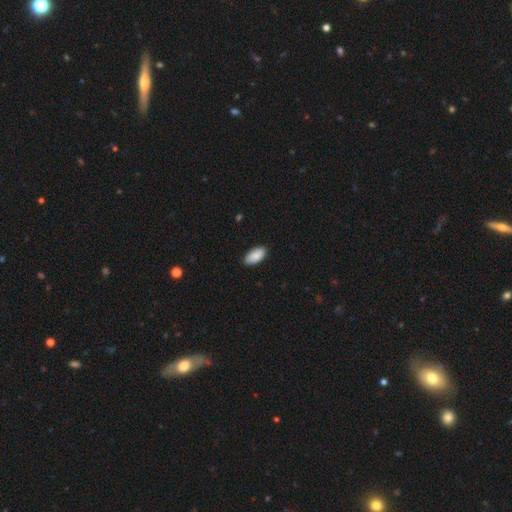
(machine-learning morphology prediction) smooth_or_featured: smooth (p=0.88) [alt: featured or disk p=0.06]
how_rounded: in between (p=0.93) [alt: cigar-shaped p=0.05]
merging: none (p=0.87) [alt: minor disturbance p=0.10]